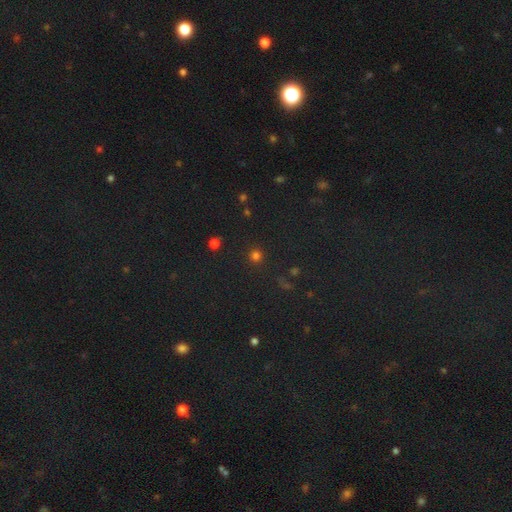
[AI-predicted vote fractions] This appears to be a smooth galaxy with no disk features (76%) that is round (94%). Merging: none (90%).